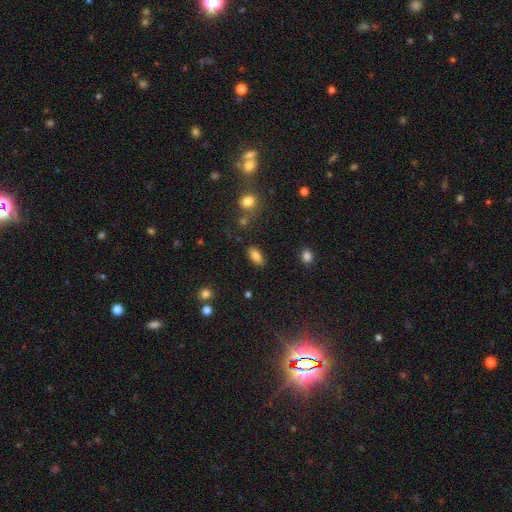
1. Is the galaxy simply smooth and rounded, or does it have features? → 77% smooth, 13% featured or disk, 10% star or artifact.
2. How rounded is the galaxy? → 90% in between, 7% cigar-shaped, 3% round.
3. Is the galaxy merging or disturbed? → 89% none, 11% minor disturbance, 0% major disturbance, 0% merger.